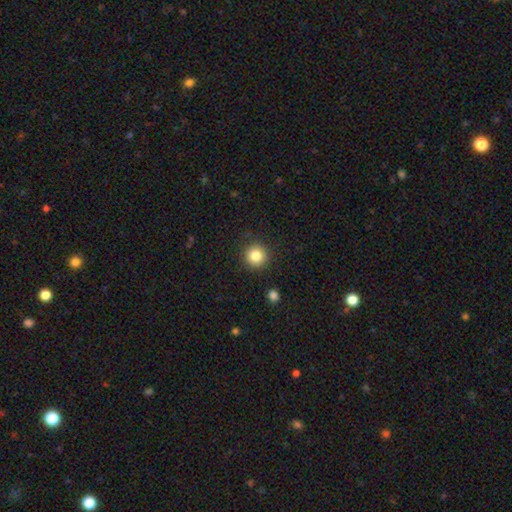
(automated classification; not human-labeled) Morphology: type=smooth (83%); roundness=round (95%); merging=none (91%).